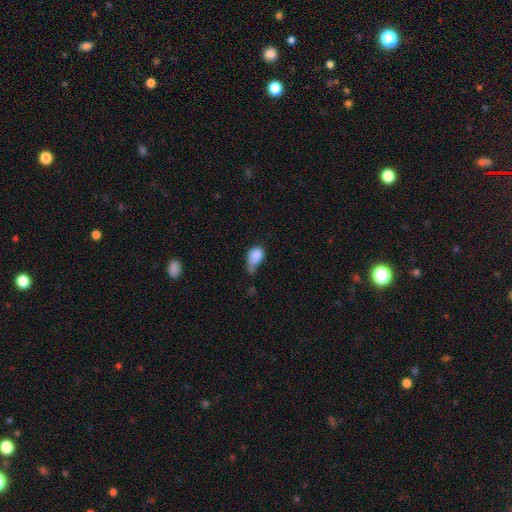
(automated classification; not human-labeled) Smooth or featured: smooth — 82% (featured or disk — 10%)
How rounded: in between — 69% (round — 29%)
Merging: minor disturbance — 35% (major disturbance — 30%)